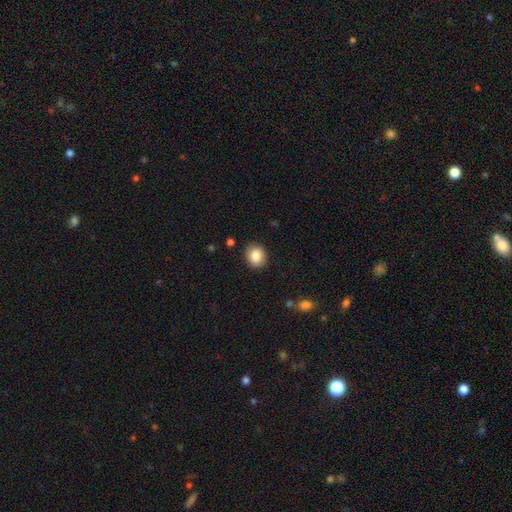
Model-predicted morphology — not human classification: A smooth galaxy with no disk features (86%) that is round (65%).

Vote fractions:
- Smooth or featured? smooth: 86% / star or artifact: 8% / featured or disk: 6%
- How rounded? round: 65% / in between: 34% / cigar-shaped: 1%
- Merging? none: 86% / minor disturbance: 10% / major disturbance: 3% / merger: 1%